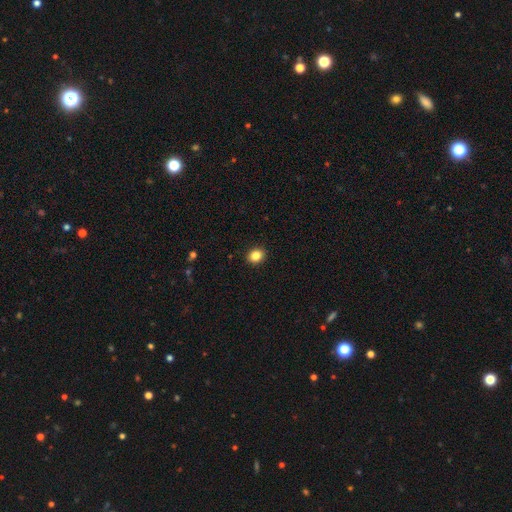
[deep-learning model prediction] A smooth galaxy with no disk features (86%) that is round (59%).

Vote fractions:
- Smooth or featured? smooth: 86% / star or artifact: 10% / featured or disk: 4%
- How rounded? round: 59% / in between: 40% / cigar-shaped: 1%
- Merging? none: 91% / minor disturbance: 6% / major disturbance: 2% / merger: 1%